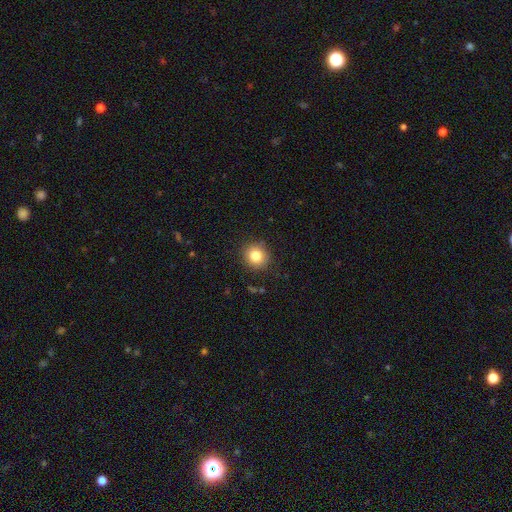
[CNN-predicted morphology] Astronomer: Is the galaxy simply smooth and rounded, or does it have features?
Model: smooth — 83%.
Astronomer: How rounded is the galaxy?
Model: round — 87%.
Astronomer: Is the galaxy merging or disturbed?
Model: none — 88%.